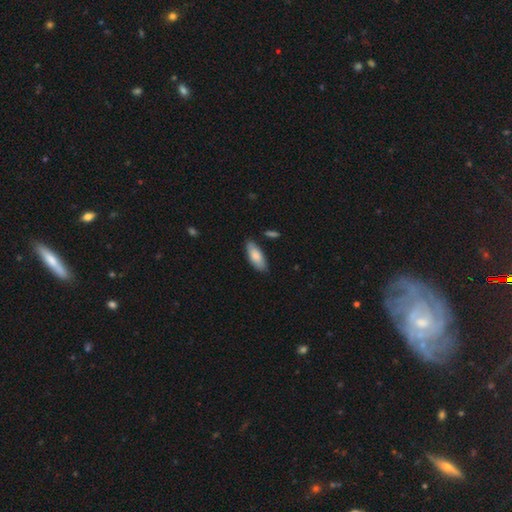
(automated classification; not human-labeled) A smooth galaxy with no disk features (83%) that is in between round and cigar-shaped (81%).

Vote fractions:
- Smooth or featured? smooth: 83% / featured or disk: 12% / star or artifact: 5%
- How rounded? in between: 81% / cigar-shaped: 18% / round: 2%
- Merging? none: 81% / minor disturbance: 14% / major disturbance: 2% / merger: 2%